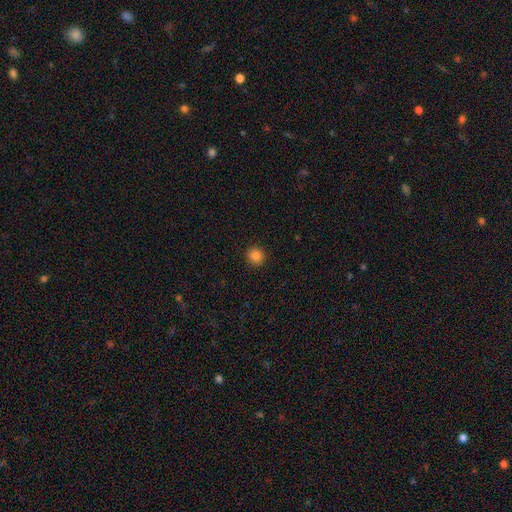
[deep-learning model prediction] This is clearly a smooth galaxy (84%). How rounded: clearly round (93%). Merging: clearly none (93%).